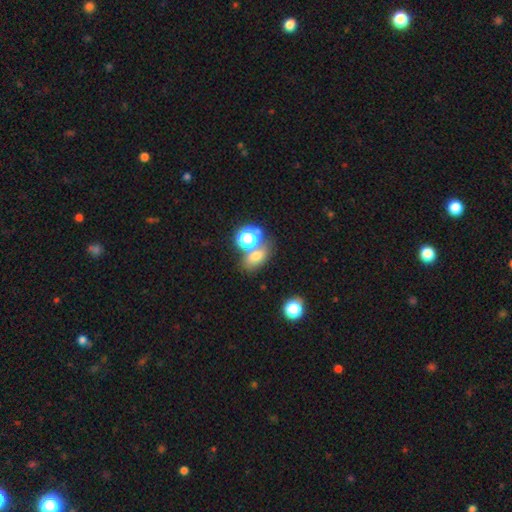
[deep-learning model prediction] Smooth or featured?
  - smooth: 66% *
  - star or artifact: 20%
  - featured or disk: 13%
How rounded?
  - in between: 68% *
  - round: 30%
  - cigar-shaped: 3%
Merging?
  - none: 53% *
  - merger: 29%
  - minor disturbance: 12%
  - major disturbance: 6%